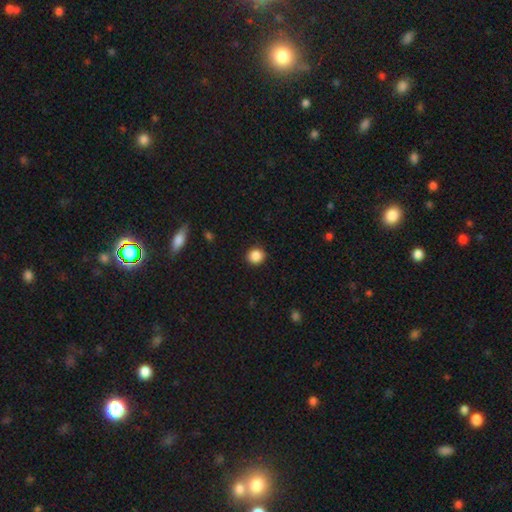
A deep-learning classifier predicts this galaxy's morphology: type=smooth (87%); roundness=round (88%); merging=none (90%).